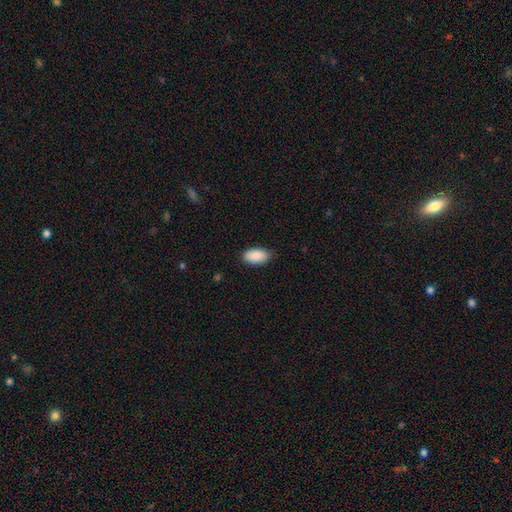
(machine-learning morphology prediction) Smooth or featured? smooth (89%)
How rounded? in between (94%)
Merging? none (82%)